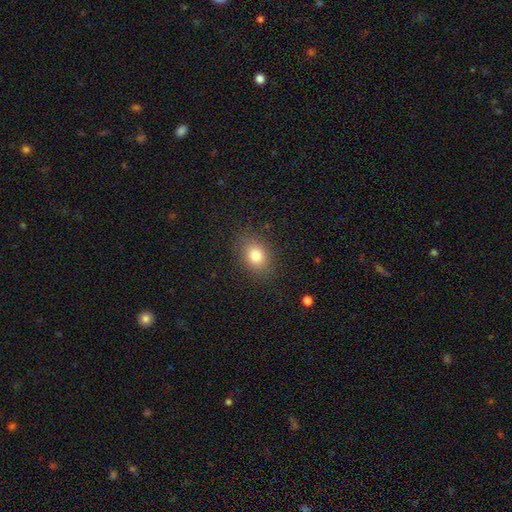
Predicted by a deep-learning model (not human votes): smooth-or-featured: smooth: 81% | star or artifact: 11% | featured or disk: 9%
  how-rounded: in between: 65% | round: 34% | cigar-shaped: 1%
  merging: none: 85% | minor disturbance: 11% | major disturbance: 4% | merger: 1%